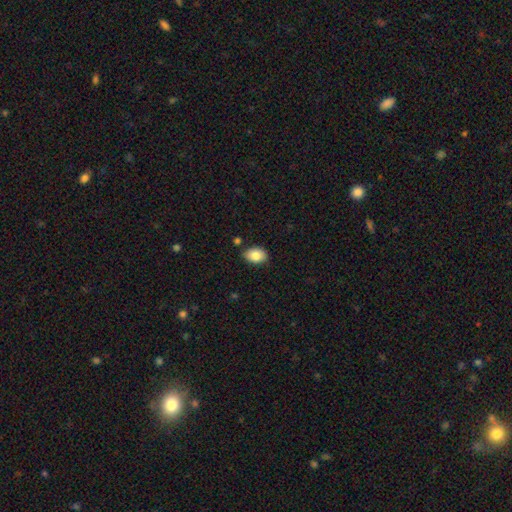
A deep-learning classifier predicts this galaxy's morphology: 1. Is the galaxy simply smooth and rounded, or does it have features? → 84% smooth, 9% featured or disk, 7% star or artifact.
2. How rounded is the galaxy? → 84% in between, 15% round, 1% cigar-shaped.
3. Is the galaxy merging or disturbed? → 81% none, 13% minor disturbance, 3% merger, 2% major disturbance.